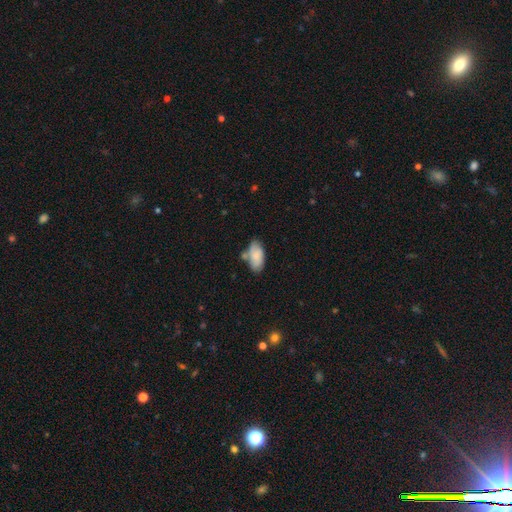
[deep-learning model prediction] Smooth or featured?
  - smooth: 81% *
  - featured or disk: 12%
  - star or artifact: 6%
How rounded?
  - in between: 93% *
  - cigar-shaped: 4%
  - round: 3%
Merging?
  - none: 59% *
  - minor disturbance: 21%
  - merger: 15%
  - major disturbance: 5%